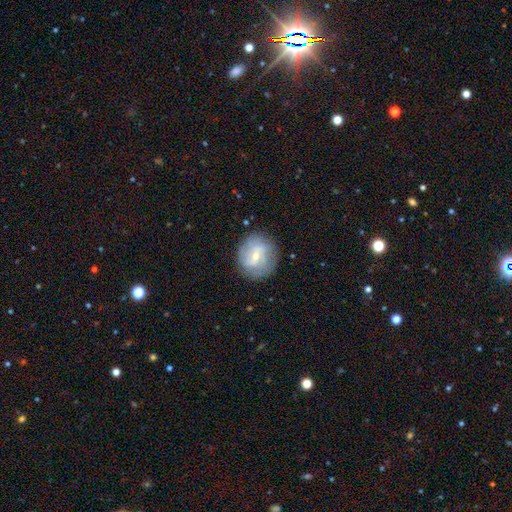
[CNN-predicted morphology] Overall: featured or disk (61%; smooth 31%). Edge-on disk: no (96%). Bar: weak (52%; no 32%). Spiral arms: yes (71%). Bulge size: small (60%; moderate 36%). Merging: none (81%).